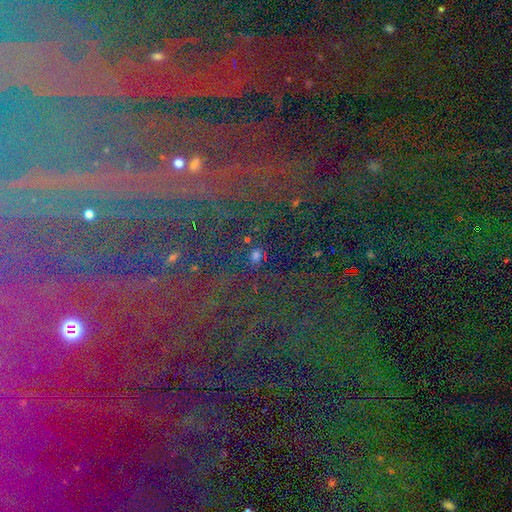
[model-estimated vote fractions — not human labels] A star or artifact, not a galaxy (70%).

Vote fractions:
- Smooth or featured? star or artifact: 70% / smooth: 20% / featured or disk: 10%